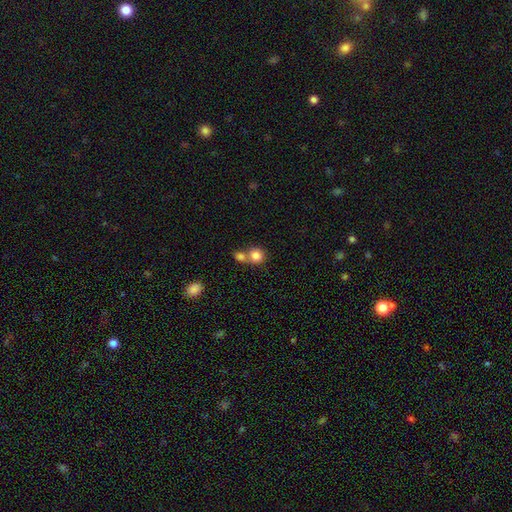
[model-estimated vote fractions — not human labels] Smooth or featured?
  - smooth: 82% *
  - star or artifact: 9%
  - featured or disk: 9%
How rounded?
  - round: 84% *
  - in between: 15%
  - cigar-shaped: 1%
Merging?
  - merger: 51% *
  - none: 40%
  - minor disturbance: 6%
  - major disturbance: 3%